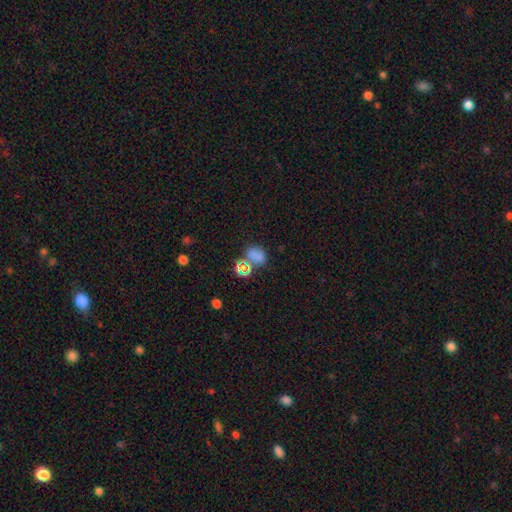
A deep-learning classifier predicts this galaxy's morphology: Q: Smooth or featured?
A: smooth (61%); runner-up: star or artifact (30%)
Q: How rounded?
A: in between (53%); runner-up: round (45%)
Q: Merging?
A: none (52%); runner-up: merger (21%)